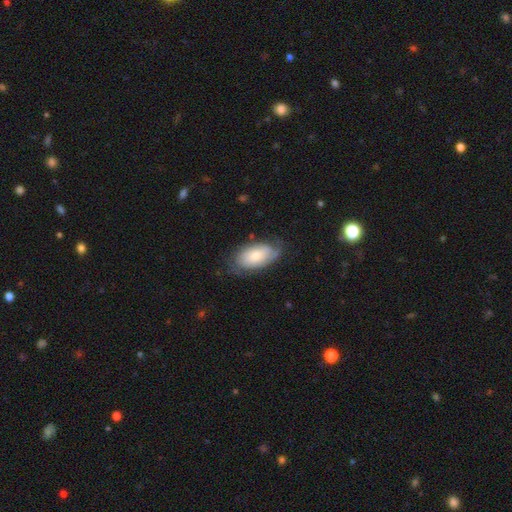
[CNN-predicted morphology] Q: Smooth or featured?
A: smooth (63%); runner-up: featured or disk (31%)
Q: How rounded?
A: in between (94%); runner-up: round (3%)
Q: Merging?
A: none (63%); runner-up: minor disturbance (27%)